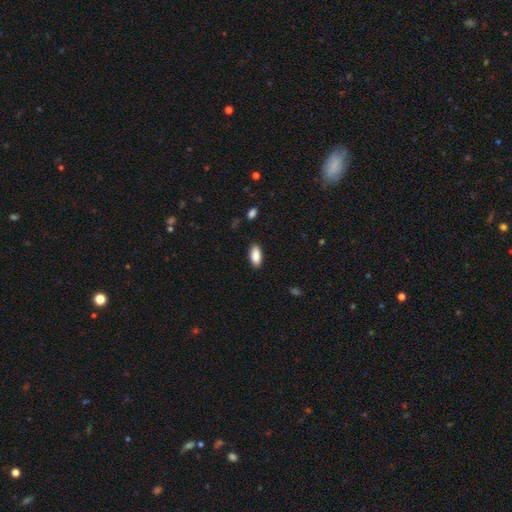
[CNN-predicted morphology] The model was most divided on "merging": none: 88%, minor disturbance: 9%, major disturbance: 2%, merger: 1%. More confident: how rounded — in between (91%); smooth or featured — smooth (90%).